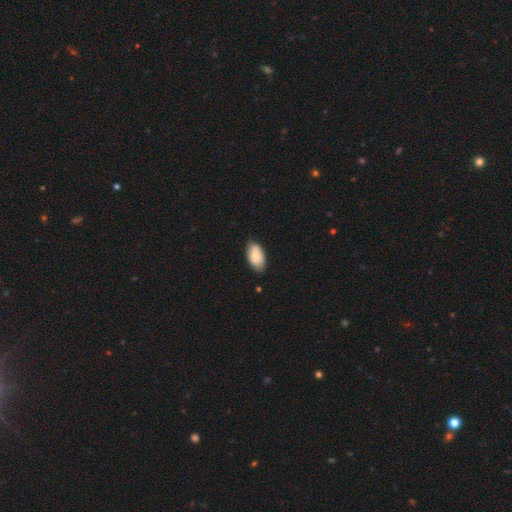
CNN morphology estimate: A smooth galaxy with no disk features (78%) that is in between round and cigar-shaped (94%). Merging: none (80%).